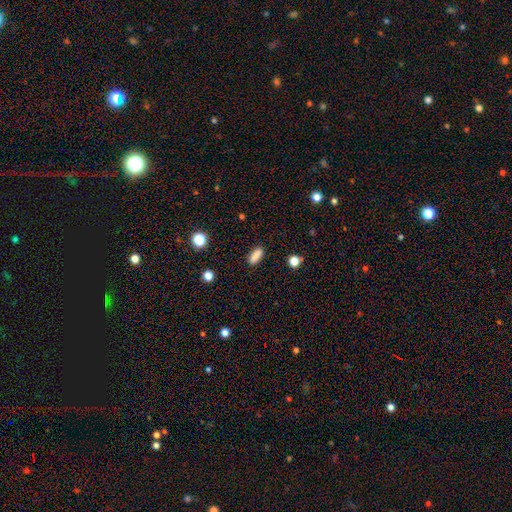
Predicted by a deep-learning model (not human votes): The model was most divided on "how rounded": in between: 62%, cigar-shaped: 35%, round: 4%. More confident: merging — none (88%); smooth or featured — smooth (86%).